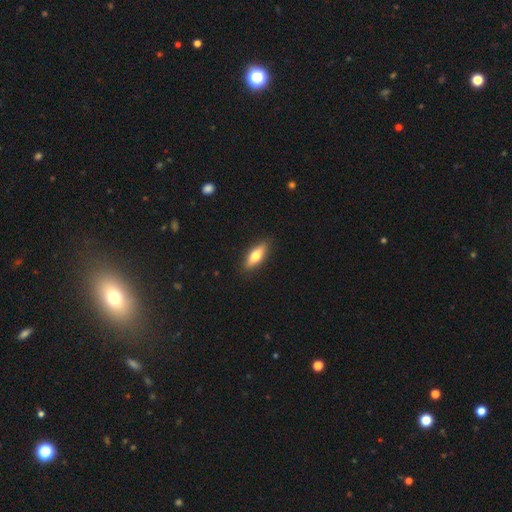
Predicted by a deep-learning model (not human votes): Smooth or featured? Predicted: smooth (p=0.64). How rounded? Predicted: in between (p=0.56). Merging? Predicted: none (p=0.89).